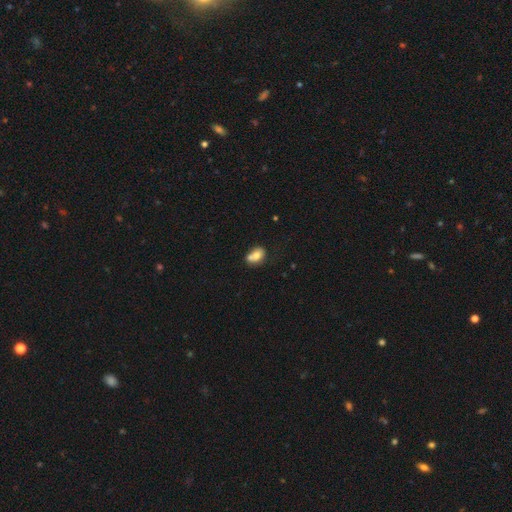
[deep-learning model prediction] Smooth or featured? Predicted: smooth (p=0.71). How rounded? Predicted: in between (p=0.73). Merging? Predicted: merger (p=0.47).